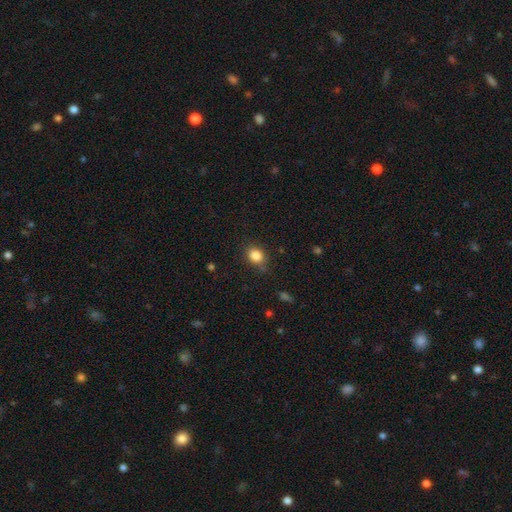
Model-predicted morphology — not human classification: Smooth or featured?
  - smooth: 84% *
  - star or artifact: 10%
  - featured or disk: 6%
How rounded?
  - round: 54% *
  - in between: 45%
  - cigar-shaped: 1%
Merging?
  - none: 75% *
  - minor disturbance: 19%
  - major disturbance: 4%
  - merger: 2%